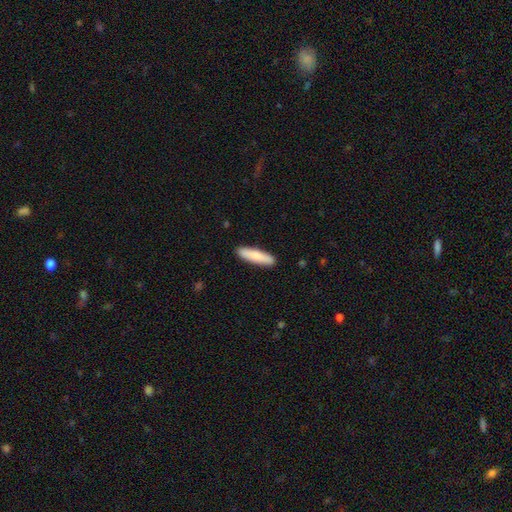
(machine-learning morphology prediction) A smooth galaxy with no disk features (83%) that is cigar-shaped (77%).

Vote fractions:
- Smooth or featured? smooth: 83% / featured or disk: 12% / star or artifact: 5%
- How rounded? cigar-shaped: 77% / in between: 21% / round: 1%
- Merging? none: 91% / minor disturbance: 7% / major disturbance: 1% / merger: 1%